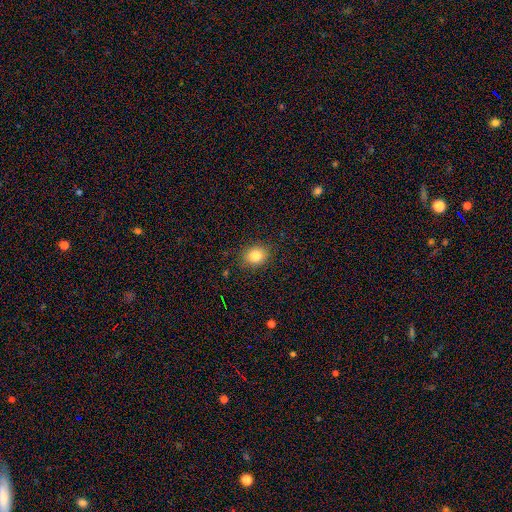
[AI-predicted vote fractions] Morphology: type=smooth (83%); roundness=round (61%); merging=none (88%).